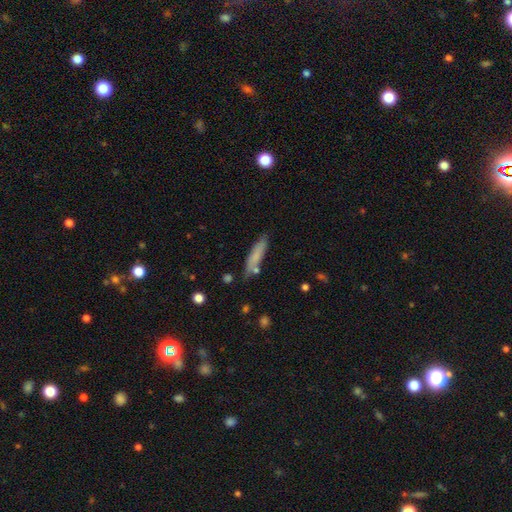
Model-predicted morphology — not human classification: A smooth galaxy with no disk features (76%) that is cigar-shaped (80%).

Vote fractions:
- Smooth or featured? smooth: 76% / featured or disk: 17% / star or artifact: 7%
- How rounded? cigar-shaped: 80% / in between: 18% / round: 2%
- Merging? none: 73% / minor disturbance: 17% / merger: 6% / major disturbance: 4%